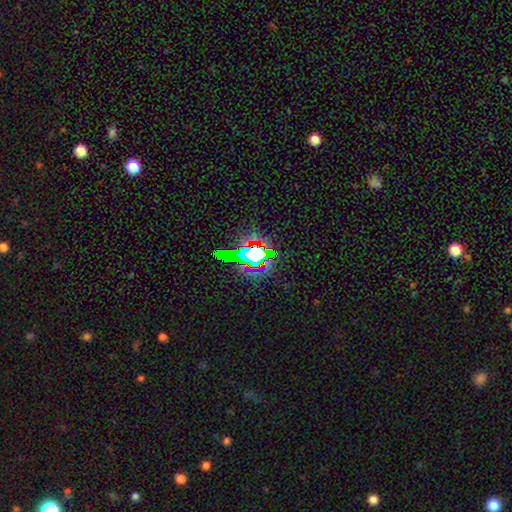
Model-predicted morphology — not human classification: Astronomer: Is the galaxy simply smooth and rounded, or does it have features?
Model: star or artifact — 58%.